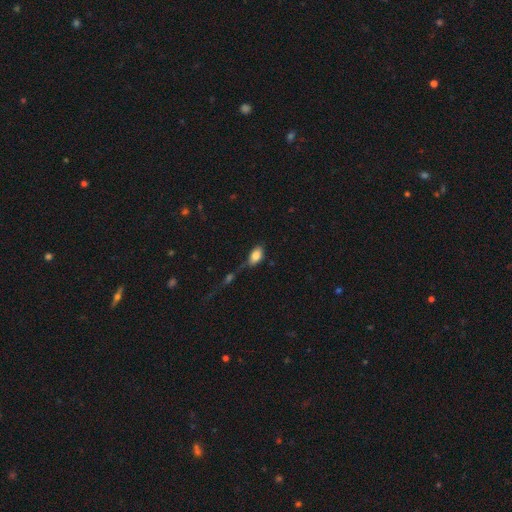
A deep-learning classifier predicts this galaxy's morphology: Smooth or featured? smooth (83%)
How rounded? in between (91%)
Merging? none (43%)